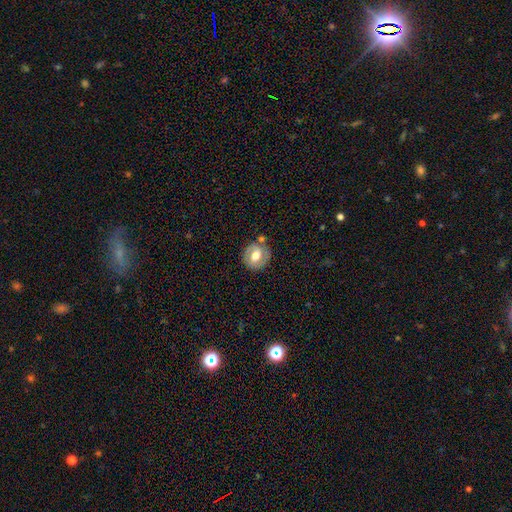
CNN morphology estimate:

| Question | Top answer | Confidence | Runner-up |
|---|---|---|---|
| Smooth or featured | featured or disk | 49% | smooth (44%) |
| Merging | none | 75% | minor disturbance (15%) |